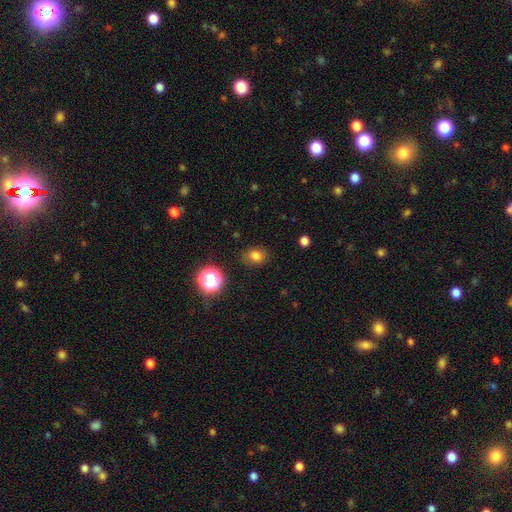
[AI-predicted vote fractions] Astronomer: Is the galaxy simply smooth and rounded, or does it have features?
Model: smooth — 79%.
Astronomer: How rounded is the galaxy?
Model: round — 53% (runner-up: in between, 46%).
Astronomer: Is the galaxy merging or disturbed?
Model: none — 83%.